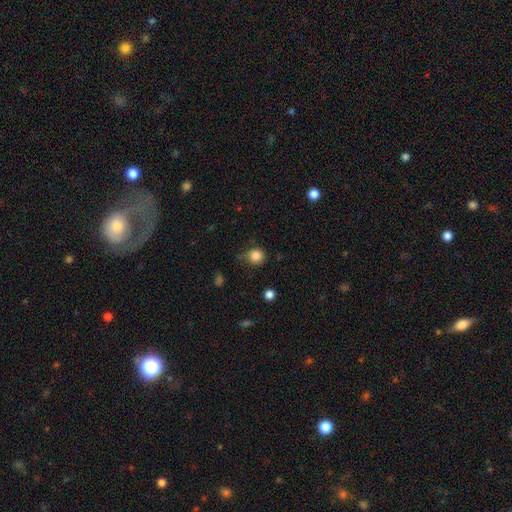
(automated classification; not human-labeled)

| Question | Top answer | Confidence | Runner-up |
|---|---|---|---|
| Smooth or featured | smooth | 83% | star or artifact (11%) |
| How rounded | round | 86% | in between (13%) |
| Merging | none | 71% | minor disturbance (22%) |